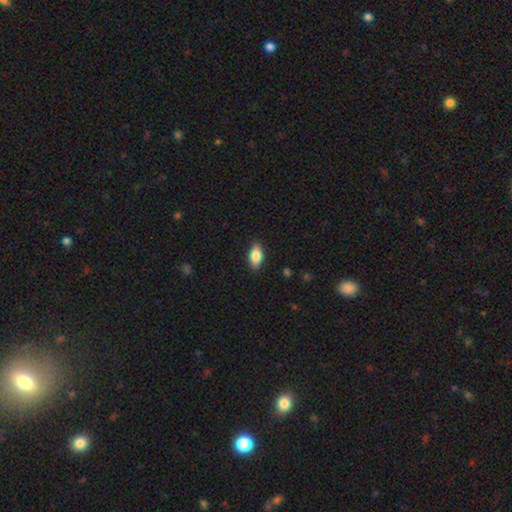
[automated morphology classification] smooth-or-featured: smooth: 79% | featured or disk: 14% | star or artifact: 7%
  how-rounded: in between: 88% | cigar-shaped: 8% | round: 4%
  merging: none: 87% | minor disturbance: 10% | major disturbance: 2% | merger: 1%